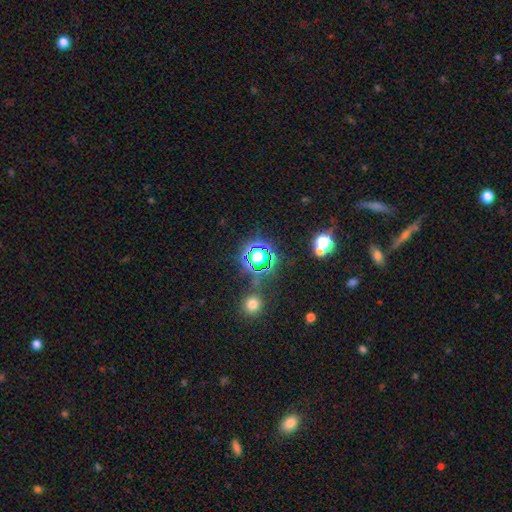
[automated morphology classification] The model was most divided on "smooth or featured": star or artifact: 72%, smooth: 20%, featured or disk: 8%.